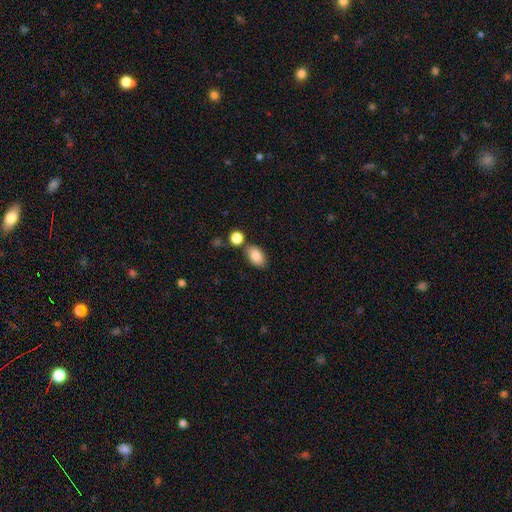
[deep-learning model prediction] This is clearly a smooth galaxy (86%). How rounded: clearly in between (90%). Merging: likely none (77%).